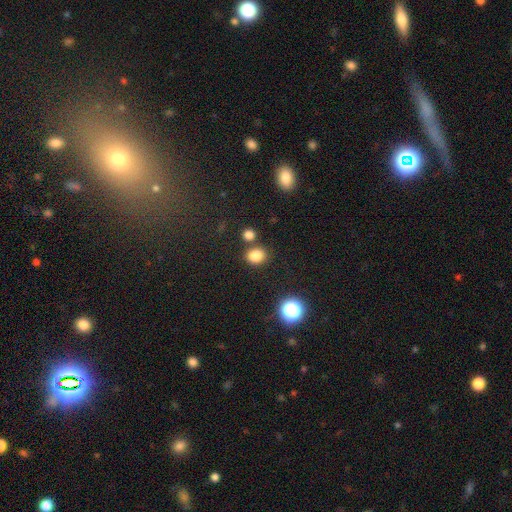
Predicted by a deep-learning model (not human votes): The model was most divided on "how rounded": round: 59%, in between: 40%, cigar-shaped: 1%. More confident: smooth or featured — smooth (82%); merging — none (75%).